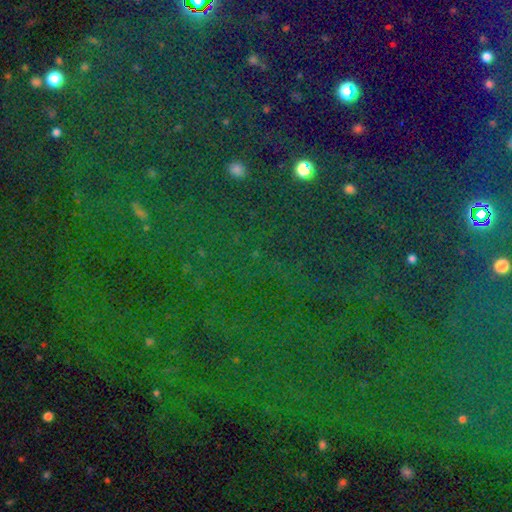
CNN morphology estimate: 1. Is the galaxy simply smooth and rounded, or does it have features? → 82% star or artifact, 12% smooth, 7% featured or disk.